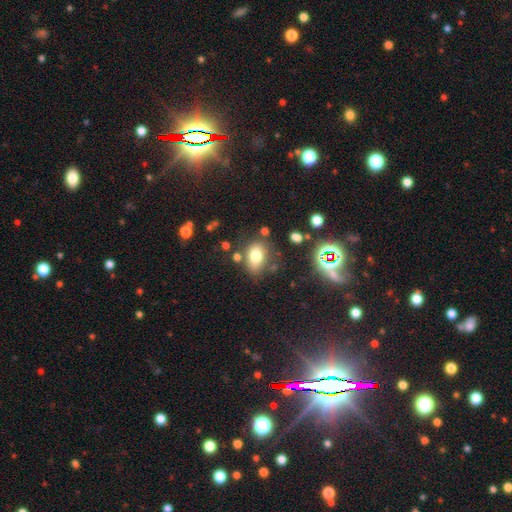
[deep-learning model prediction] A smooth galaxy with no disk features (76%) that is in between round and cigar-shaped (73%).

Vote fractions:
- Smooth or featured? smooth: 76% / star or artifact: 13% / featured or disk: 12%
- How rounded? in between: 73% / round: 25% / cigar-shaped: 2%
- Merging? none: 71% / minor disturbance: 16% / merger: 8% / major disturbance: 6%